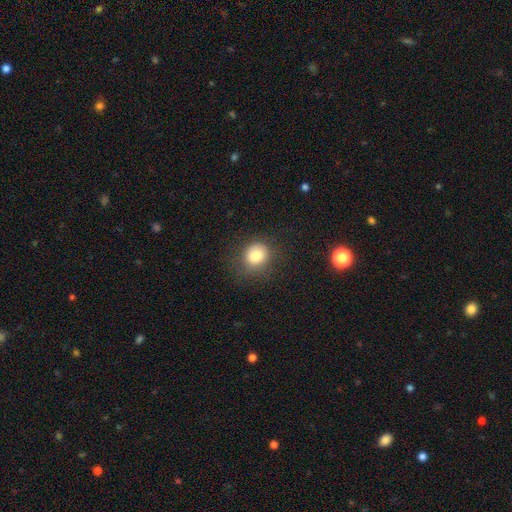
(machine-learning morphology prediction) This is clearly a smooth galaxy (80%). How rounded: likely round (78%). Merging: likely none (76%).